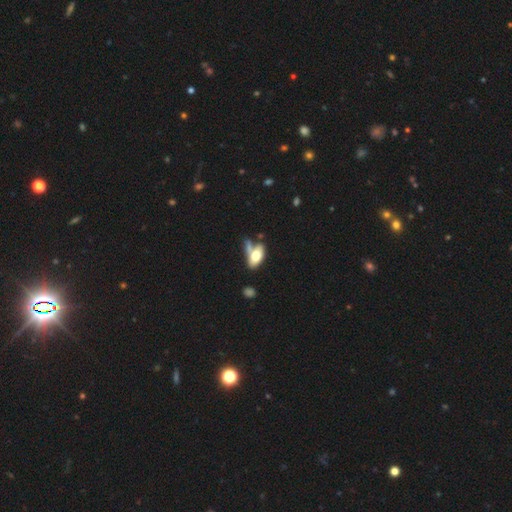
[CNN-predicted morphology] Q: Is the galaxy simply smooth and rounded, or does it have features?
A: smooth — 66%.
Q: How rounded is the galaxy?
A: in between — 87%.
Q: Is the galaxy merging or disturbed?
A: none — 37%.